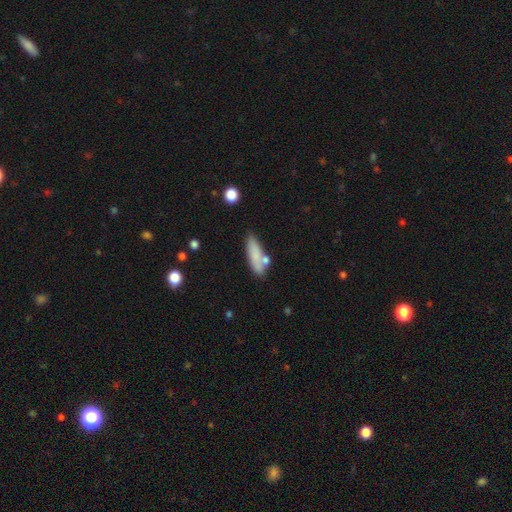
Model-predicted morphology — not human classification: Overall: smooth (79%). How rounded: in between (50%; cigar-shaped 47%). Merging: none (66%).